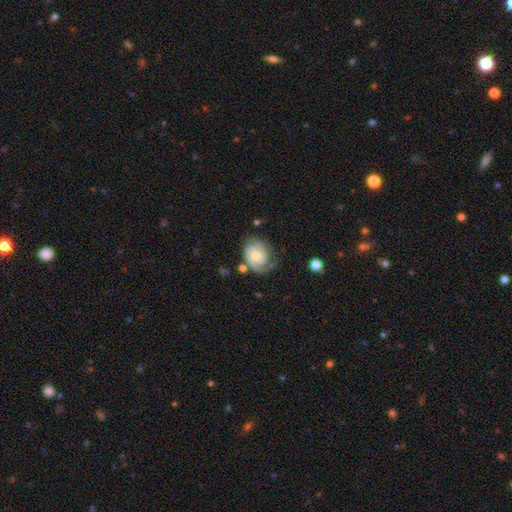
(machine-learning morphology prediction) smooth_or_featured: featured or disk (p=0.82) [alt: smooth p=0.13]
disk_edge_on: no (p=0.98) [alt: yes p=0.02]
bar: no (p=0.68) [alt: weak p=0.27]
has_spiral_arms: yes (p=0.95) [alt: no p=0.05]
spiral_winding: tight (p=0.63) [alt: medium p=0.29]
spiral_arm_count: 2 (p=0.55) [alt: 1 p=0.18]
bulge_size: moderate (p=0.62) [alt: small p=0.31]
merging: none (p=0.62) [alt: minor disturbance p=0.23]